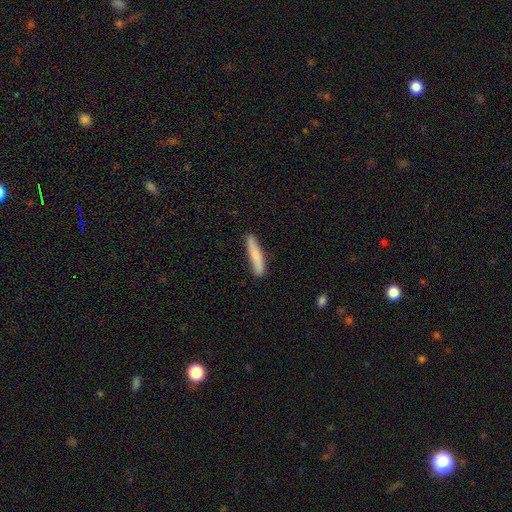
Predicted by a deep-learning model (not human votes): Morphology: type=smooth (77%); roundness=cigar-shaped (93%); merging=none (83%).